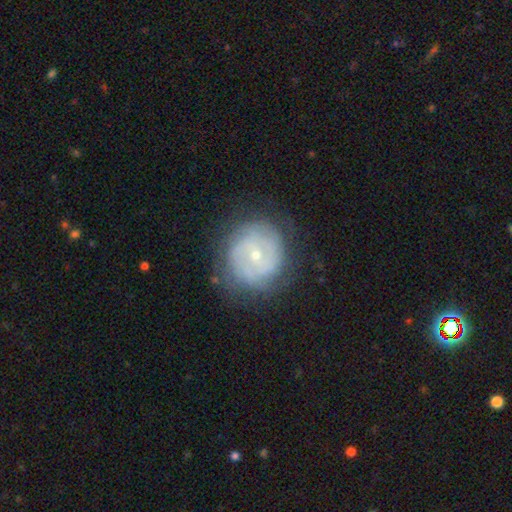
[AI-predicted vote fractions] The model was most divided on "bar": no: 68%, weak: 25%, strong: 6%. More confident: edge-on disk — no (97%); merging — none (76%); spiral arms — yes (76%); bulge size — small (72%); smooth or featured — featured or disk (68%).